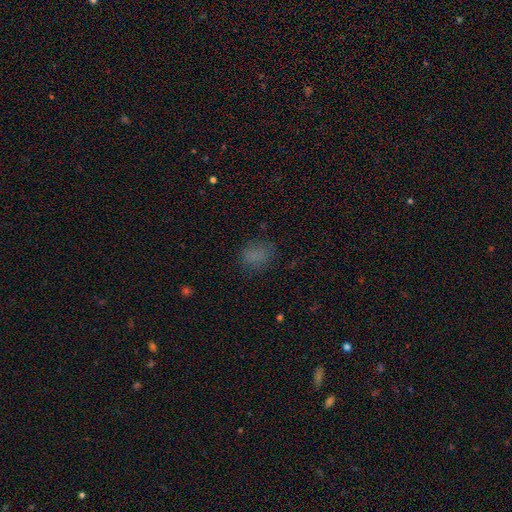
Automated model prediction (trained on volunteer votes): Smooth or featured? smooth (75%)
How rounded? in between (54%)
Merging? none (74%)